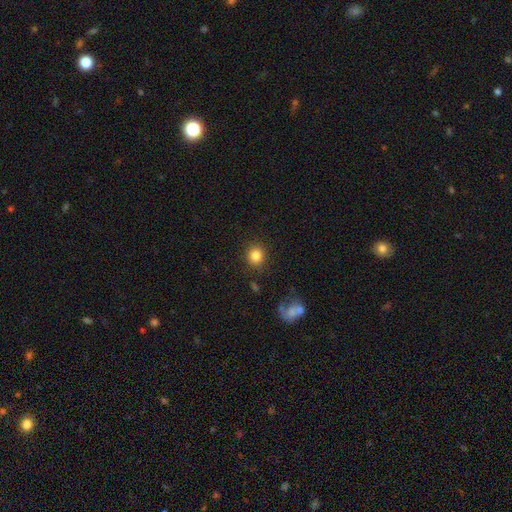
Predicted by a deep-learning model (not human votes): A smooth galaxy with no disk features (84%) that is round (86%).

Vote fractions:
- Smooth or featured? smooth: 84% / star or artifact: 11% / featured or disk: 5%
- How rounded? round: 86% / in between: 13% / cigar-shaped: 1%
- Merging? none: 88% / minor disturbance: 7% / major disturbance: 3% / merger: 2%